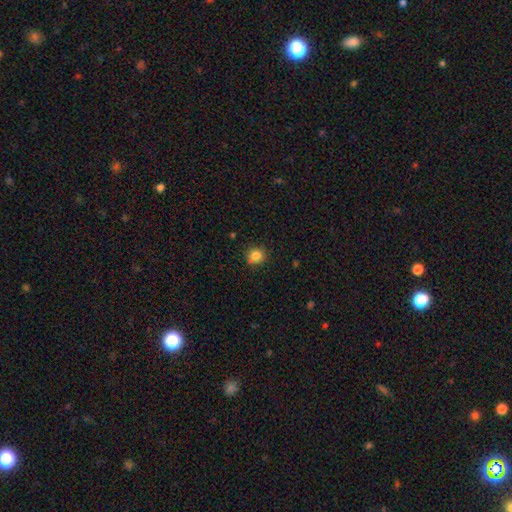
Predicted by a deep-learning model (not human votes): smooth_or_featured: smooth (p=0.82) [alt: star or artifact p=0.12]
how_rounded: round (p=0.87) [alt: in between p=0.13]
merging: none (p=0.79) [alt: minor disturbance p=0.15]